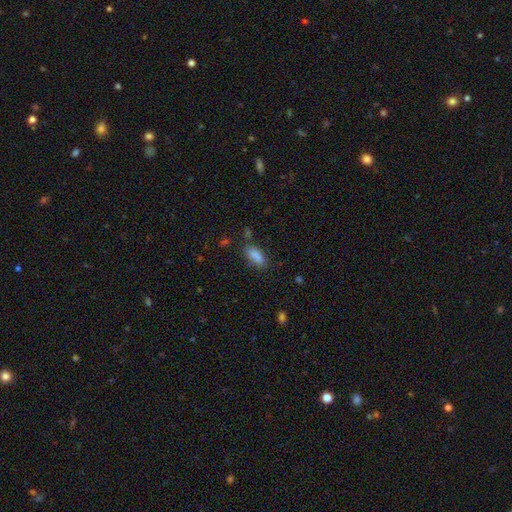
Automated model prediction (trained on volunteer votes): Smooth or featured: smooth — 86% (star or artifact — 9%)
How rounded: in between — 79% (cigar-shaped — 18%)
Merging: none — 72% (minor disturbance — 18%)